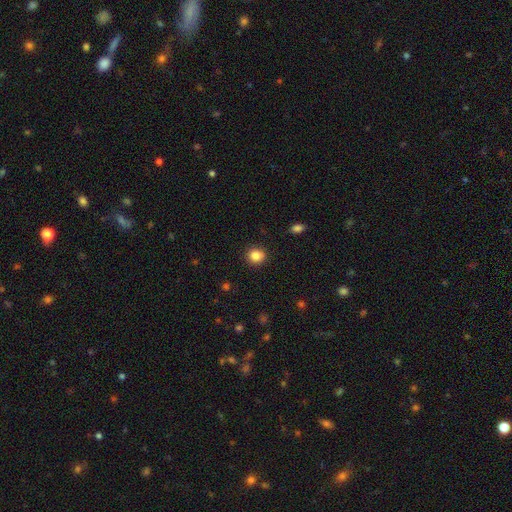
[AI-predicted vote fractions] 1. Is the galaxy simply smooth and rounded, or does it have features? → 85% smooth, 10% star or artifact, 5% featured or disk.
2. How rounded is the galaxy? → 86% round, 13% in between, 1% cigar-shaped.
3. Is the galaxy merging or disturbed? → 89% none, 7% minor disturbance, 2% major disturbance, 1% merger.